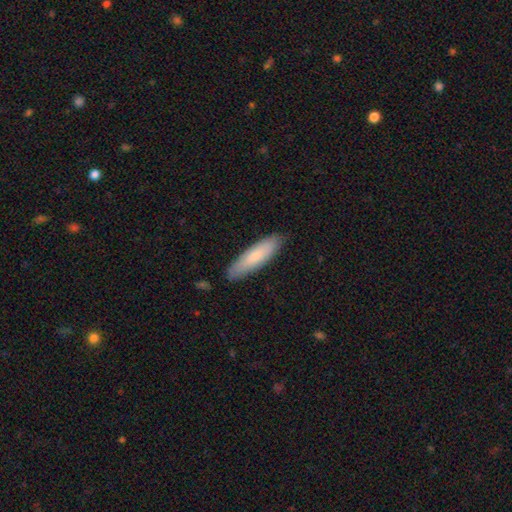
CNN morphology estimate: Smooth or featured? smooth (76%)
How rounded? cigar-shaped (67%)
Merging? none (87%)